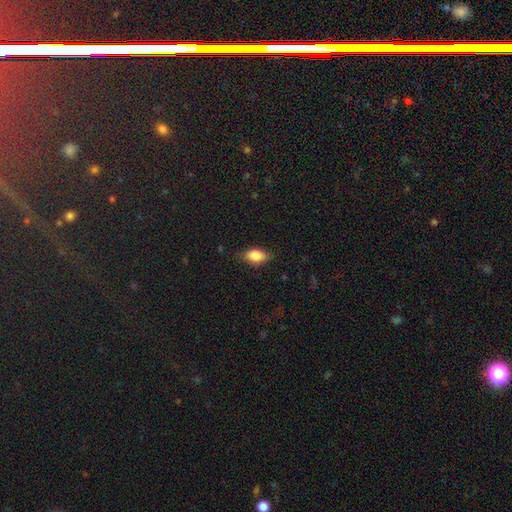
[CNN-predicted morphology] A smooth galaxy with no disk features (82%) that is in between round and cigar-shaped (87%).

Vote fractions:
- Smooth or featured? smooth: 82% / featured or disk: 11% / star or artifact: 8%
- How rounded? in between: 87% / round: 7% / cigar-shaped: 6%
- Merging? none: 78% / minor disturbance: 17% / major disturbance: 3% / merger: 1%